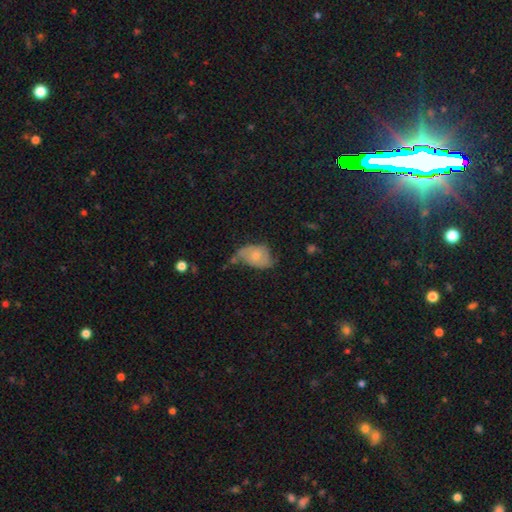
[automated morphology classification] Q: Smooth or featured?
A: featured or disk (47%); runner-up: smooth (45%)
Q: Merging?
A: minor disturbance (36%); runner-up: none (35%)